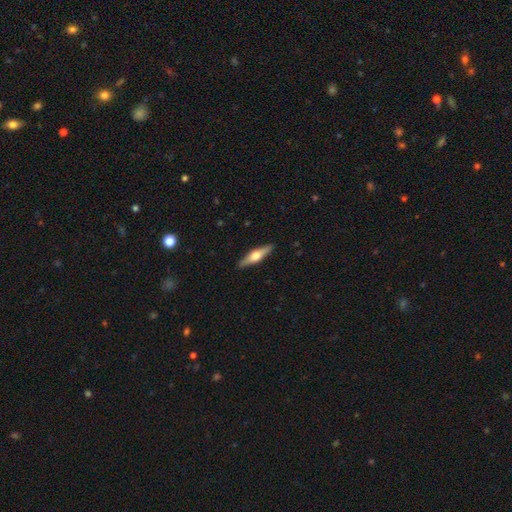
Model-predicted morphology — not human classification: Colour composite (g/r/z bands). It shows a featured or disk galaxy (56%) viewed edge-on (94%) with a rounded central bulge (93%). Merging: none (90%).